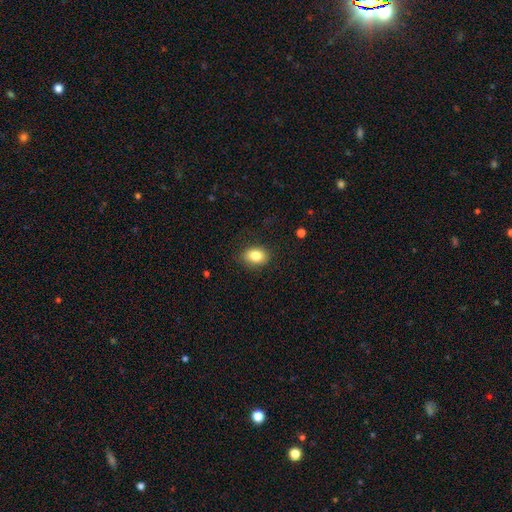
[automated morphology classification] This appears to be a smooth galaxy with no disk features (83%) that is in between round and cigar-shaped (72%). Merging: none (86%).